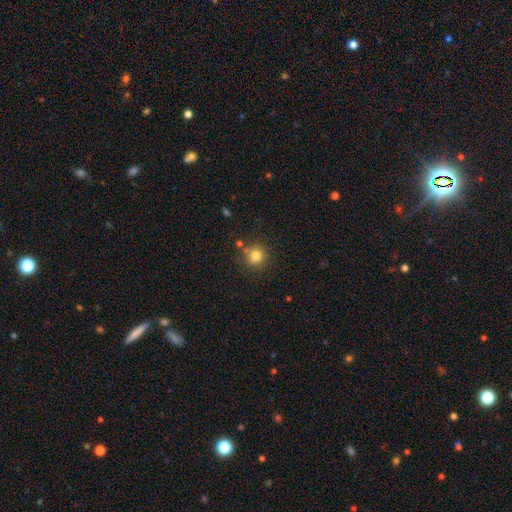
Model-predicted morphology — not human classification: Q: Smooth or featured?
A: smooth (80%); runner-up: star or artifact (13%)
Q: How rounded?
A: round (86%); runner-up: in between (13%)
Q: Merging?
A: none (74%); runner-up: minor disturbance (13%)